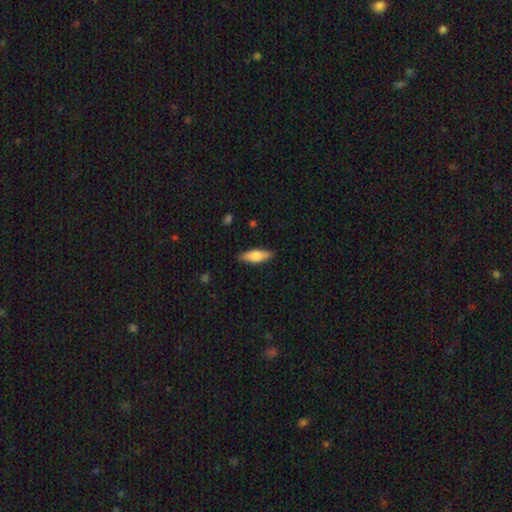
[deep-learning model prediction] A smooth galaxy with no disk features (72%) that is in between round and cigar-shaped (56%). Merging: none (87%).